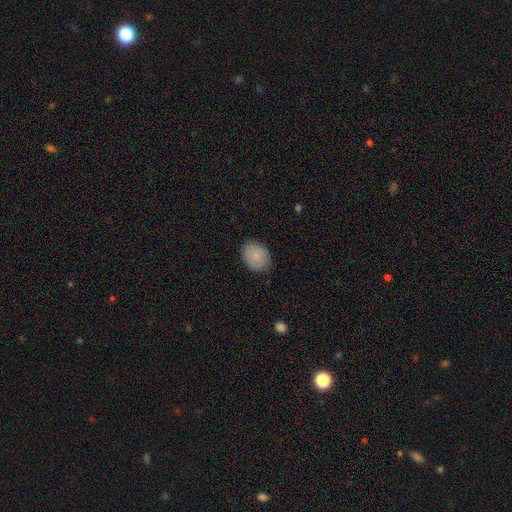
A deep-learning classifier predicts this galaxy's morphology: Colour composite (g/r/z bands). It shows a smooth galaxy with no disk features (86%) that is in between round and cigar-shaped (61%). Merging: none (83%).